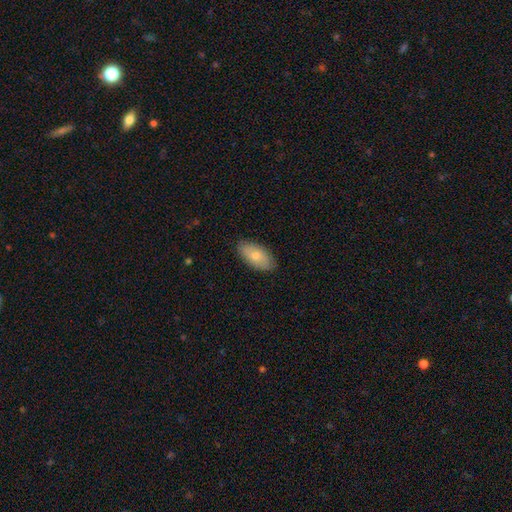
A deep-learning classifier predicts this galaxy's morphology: This is likely a smooth galaxy (72%). How rounded: clearly in between (93%). Merging: clearly none (84%).